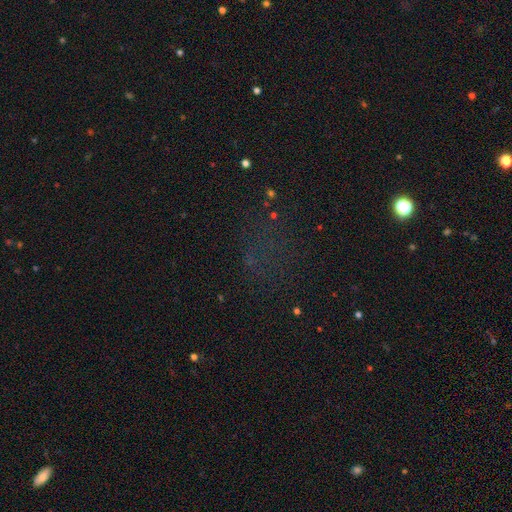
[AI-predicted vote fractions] The model was most divided on "smooth or featured": star or artifact: 55%, smooth: 29%, featured or disk: 16%.